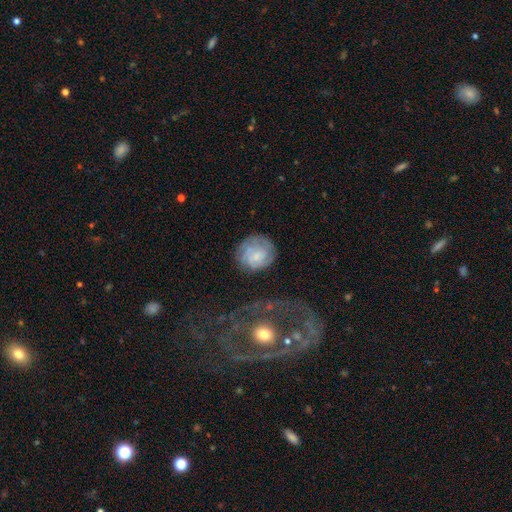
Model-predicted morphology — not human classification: Q: Smooth or featured?
A: featured or disk (51%); runner-up: smooth (41%)
Q: Edge-on disk?
A: no (97%); runner-up: yes (3%)
Q: Merging?
A: none (66%); runner-up: minor disturbance (20%)